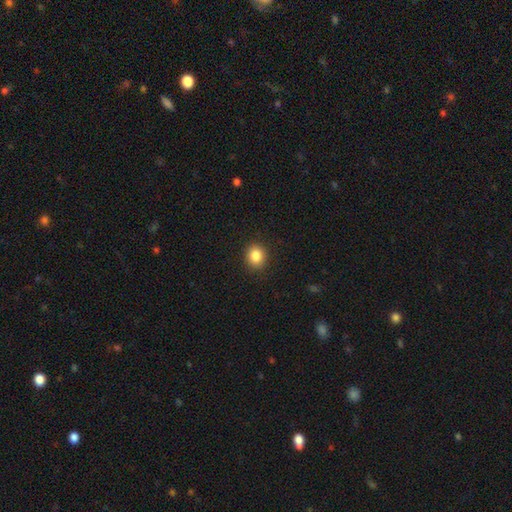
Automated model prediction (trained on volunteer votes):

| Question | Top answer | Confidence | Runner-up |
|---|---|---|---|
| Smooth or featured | smooth | 86% | star or artifact (10%) |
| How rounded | round | 76% | in between (23%) |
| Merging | none | 90% | minor disturbance (7%) |